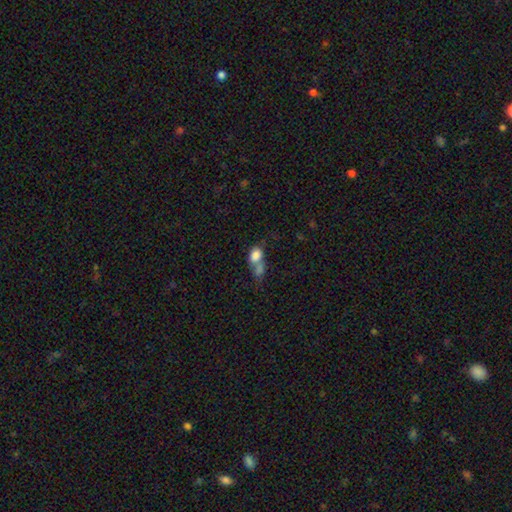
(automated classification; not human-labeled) Smooth or featured?
  - smooth: 78% *
  - featured or disk: 12%
  - star or artifact: 10%
How rounded?
  - in between: 68% *
  - round: 29%
  - cigar-shaped: 3%
Merging?
  - merger: 63% *
  - none: 20%
  - minor disturbance: 9%
  - major disturbance: 9%